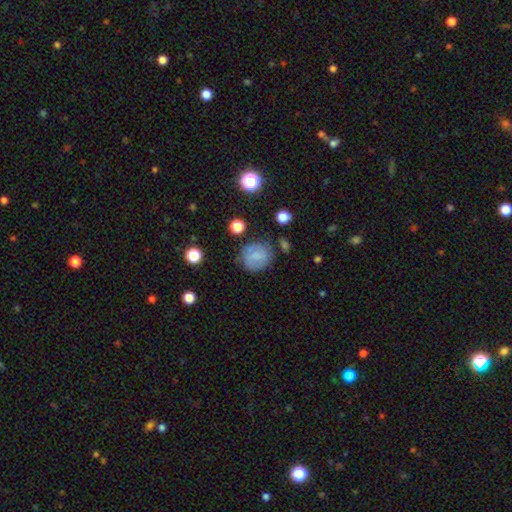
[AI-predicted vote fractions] Morphology: type=smooth (72%); roundness=round (76%); merging=none (70%).